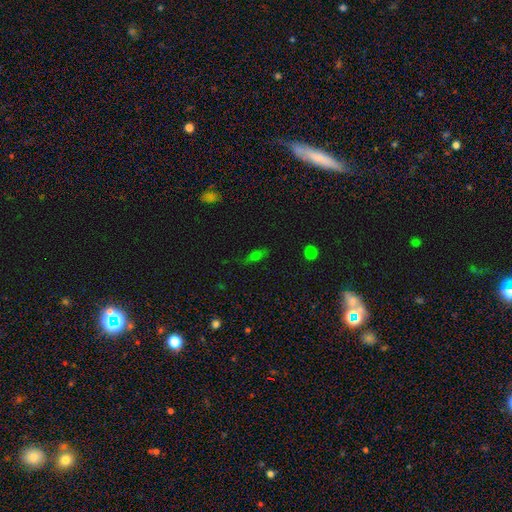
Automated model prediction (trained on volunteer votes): The model was most divided on "smooth or featured": smooth: 57%, star or artifact: 22%, featured or disk: 21%. More confident: merging — none (72%); how rounded — in between (66%).